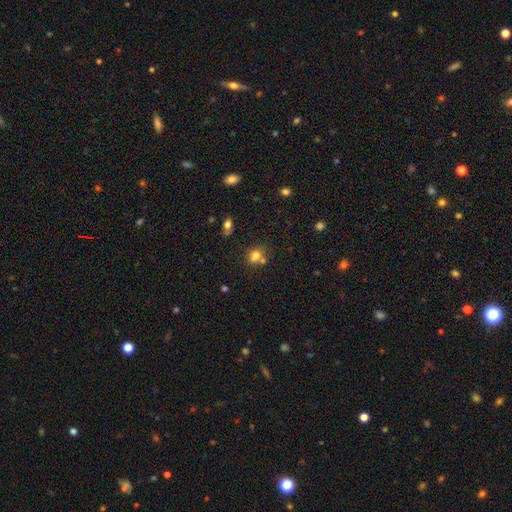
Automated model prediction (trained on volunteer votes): A smooth galaxy with no disk features (73%) that is round (61%). Merging: none (45%).